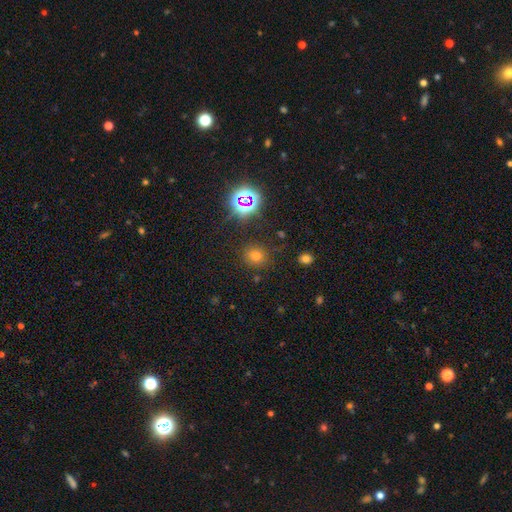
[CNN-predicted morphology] smooth_or_featured: smooth (p=0.65) [alt: star or artifact p=0.27]
how_rounded: round (p=0.81) [alt: in between p=0.18]
merging: none (p=0.84) [alt: minor disturbance p=0.10]